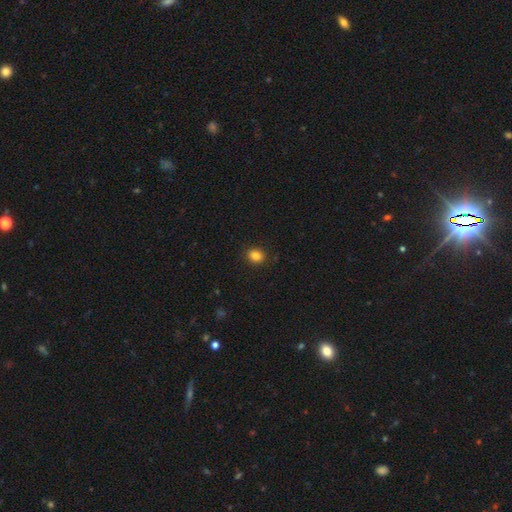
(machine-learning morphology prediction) smooth-or-featured: smooth: 84% | star or artifact: 11% | featured or disk: 5%
  how-rounded: round: 62% | in between: 37% | cigar-shaped: 1%
  merging: none: 89% | minor disturbance: 8% | major disturbance: 2% | merger: 1%